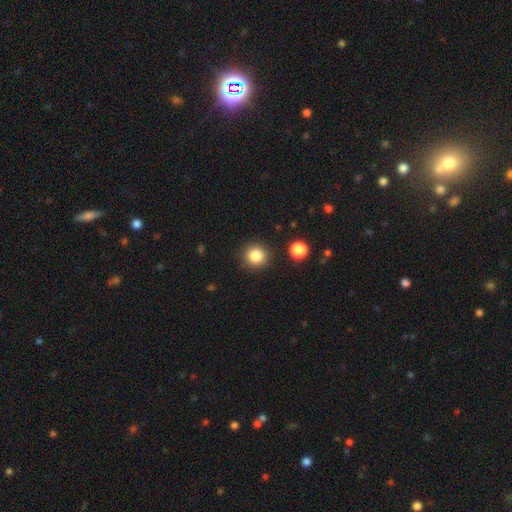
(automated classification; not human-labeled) smooth-or-featured: smooth: 84% | star or artifact: 11% | featured or disk: 5%
  how-rounded: round: 92% | in between: 7% | cigar-shaped: 1%
  merging: none: 89% | minor disturbance: 6% | merger: 3% | major disturbance: 2%